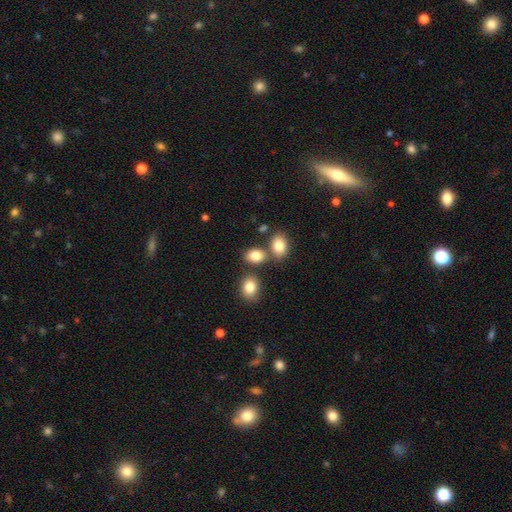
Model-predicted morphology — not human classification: type=smooth (83%); roundness=in between (67%); merging=none (65%).